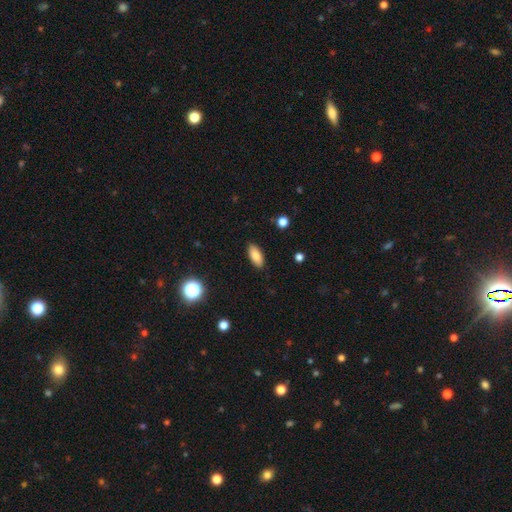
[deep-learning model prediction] A smooth galaxy with no disk features (84%) that is in between round and cigar-shaped (85%).

Vote fractions:
- Smooth or featured? smooth: 84% / star or artifact: 8% / featured or disk: 8%
- How rounded? in between: 85% / cigar-shaped: 12% / round: 3%
- Merging? none: 89% / minor disturbance: 8% / major disturbance: 2% / merger: 1%